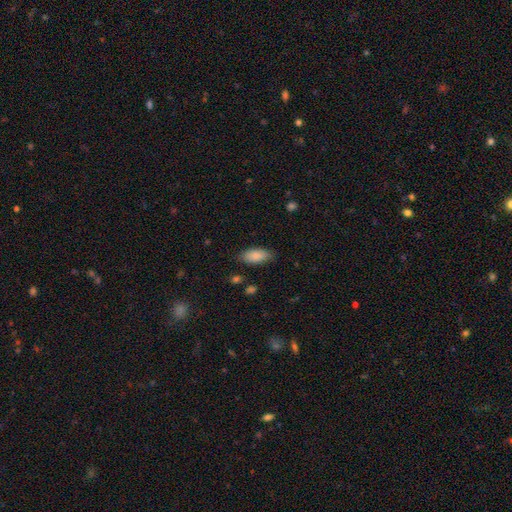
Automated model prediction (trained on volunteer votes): Smooth or featured? smooth (85%)
How rounded? in between (90%)
Merging? none (82%)